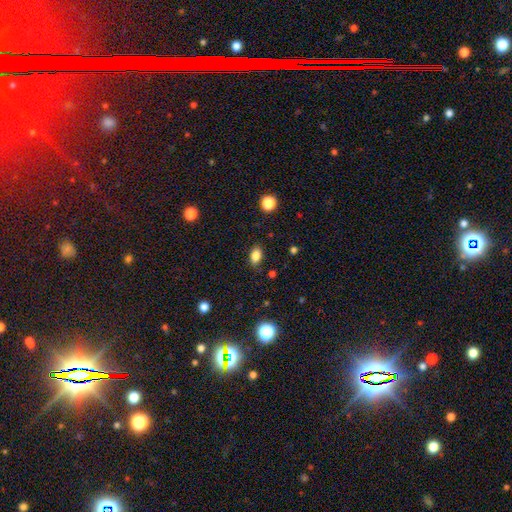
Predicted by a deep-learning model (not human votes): Smooth or featured? Predicted: smooth (p=0.83). How rounded? Predicted: in between (p=0.84). Merging? Predicted: none (p=0.83).